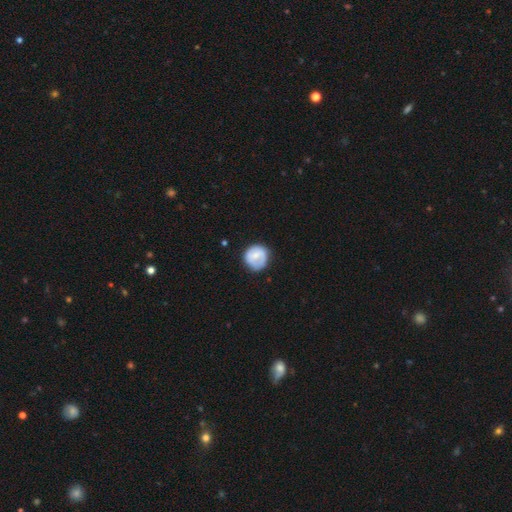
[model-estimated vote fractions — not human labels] Overall: smooth (61%; featured or disk 32%). How rounded: round (87%). Merging: none (71%).